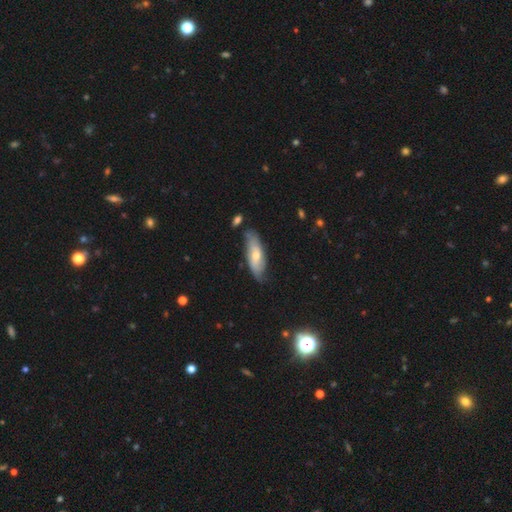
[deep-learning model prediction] smooth_or_featured: smooth (p=0.47) [tied with: featured or disk p=0.47]
merging: none (p=0.66) [alt: minor disturbance p=0.25]